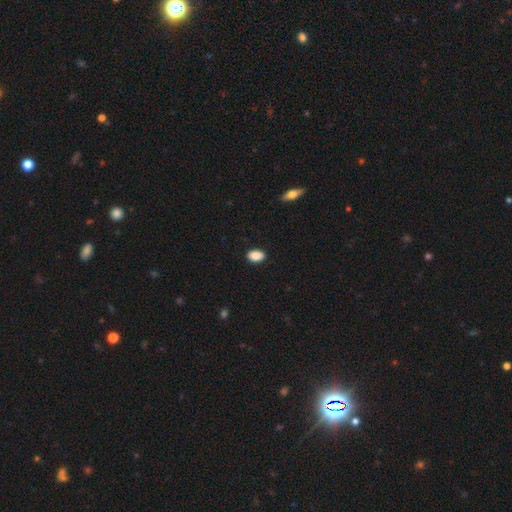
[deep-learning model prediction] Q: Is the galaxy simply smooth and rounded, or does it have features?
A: smooth — 89%.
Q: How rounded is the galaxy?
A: in between — 89%.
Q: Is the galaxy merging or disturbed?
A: none — 89%.